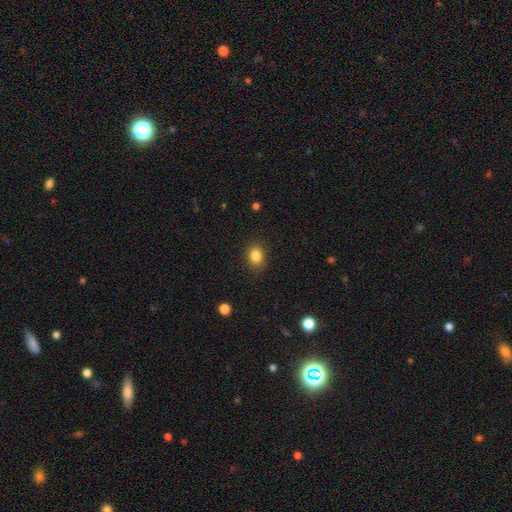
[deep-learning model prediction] smooth 85%, star or artifact 10%, featured or disk 5%. Down the decision tree: how rounded — in between (57%); merging — none (86%).